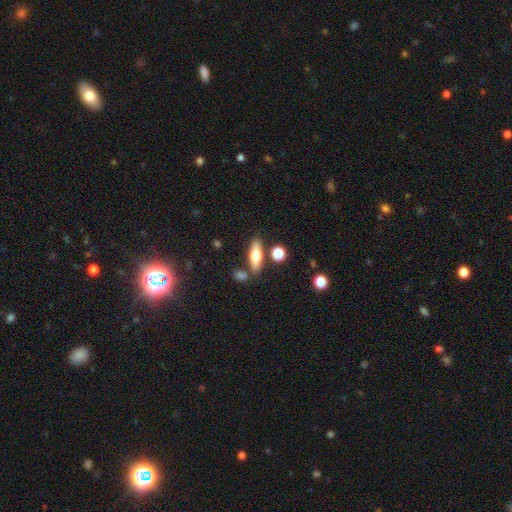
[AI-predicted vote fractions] Smooth or featured?
  - smooth: 60% *
  - featured or disk: 33%
  - star or artifact: 7%
How rounded?
  - cigar-shaped: 48% *
  - in between: 47%
  - round: 5%
Merging?
  - none: 77% *
  - minor disturbance: 11%
  - merger: 9%
  - major disturbance: 3%